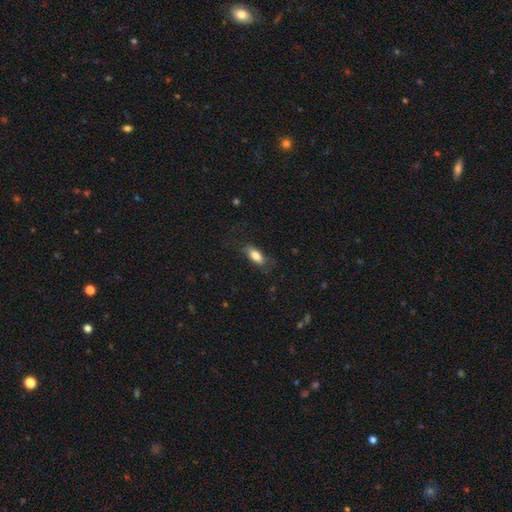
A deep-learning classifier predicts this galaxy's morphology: Smooth or featured?
  - smooth: 80% *
  - featured or disk: 13%
  - star or artifact: 7%
How rounded?
  - in between: 80% *
  - cigar-shaped: 16%
  - round: 3%
Merging?
  - none: 70% *
  - minor disturbance: 20%
  - major disturbance: 9%
  - merger: 1%